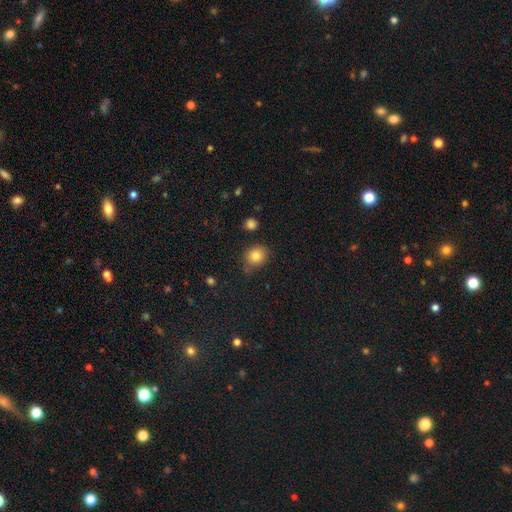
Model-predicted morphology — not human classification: This appears to be a smooth galaxy with no disk features (82%) that is round (70%). Merging: none (78%).